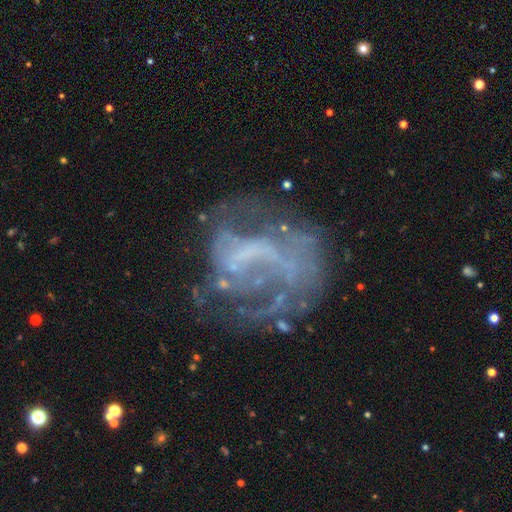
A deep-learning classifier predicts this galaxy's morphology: Smooth or featured: featured or disk — 71% (star or artifact — 15%)
Edge-on disk: no — 98% (yes — 2%)
Bar: no — 60% (weak — 27%)
Spiral arms: yes — 52% (no — 48%)
Bulge size: none — 73% (small — 15%)
Merging: none — 41% (major disturbance — 38%)